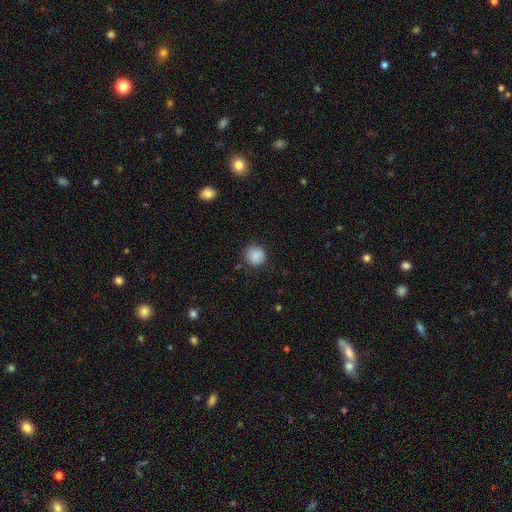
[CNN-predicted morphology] Smooth or featured: smooth — 88% (star or artifact — 8%)
How rounded: round — 91% (in between — 8%)
Merging: none — 86% (minor disturbance — 10%)